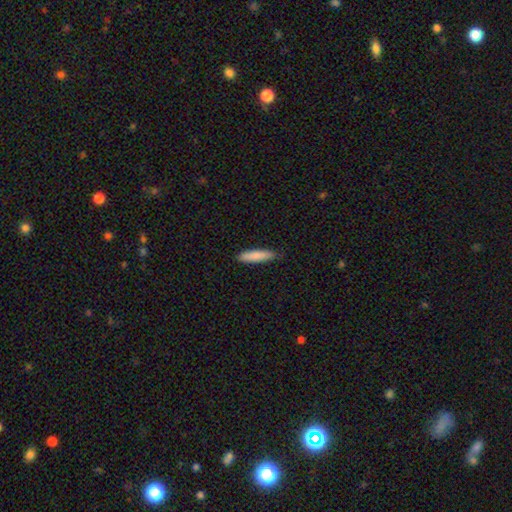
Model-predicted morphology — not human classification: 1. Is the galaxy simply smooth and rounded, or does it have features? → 86% smooth, 9% featured or disk, 6% star or artifact.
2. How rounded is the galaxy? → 79% cigar-shaped, 20% in between, 1% round.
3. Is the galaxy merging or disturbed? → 85% none, 12% minor disturbance, 2% major disturbance, 1% merger.